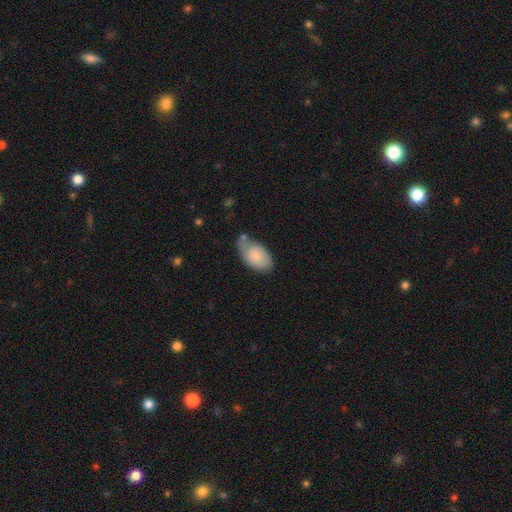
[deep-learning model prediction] A smooth galaxy with no disk features (77%) that is in between round and cigar-shaped (94%). Merging: none (48%).